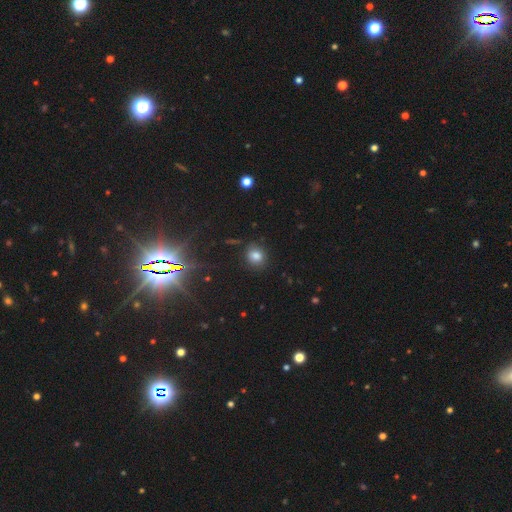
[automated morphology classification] Overall: smooth (79%). How rounded: round (76%). Merging: none (84%).